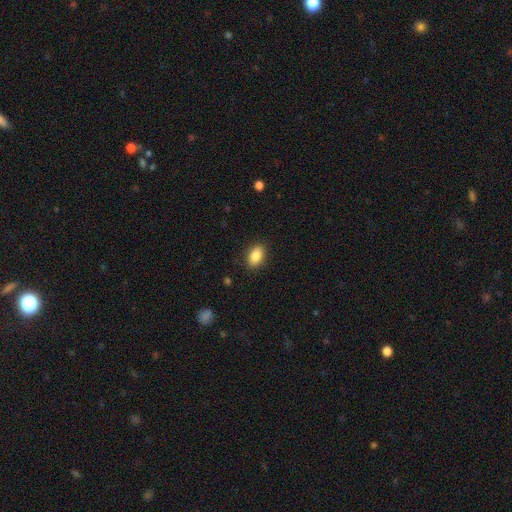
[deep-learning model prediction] Smooth or featured?
  - smooth: 87% *
  - star or artifact: 8%
  - featured or disk: 6%
How rounded?
  - in between: 88% *
  - round: 10%
  - cigar-shaped: 2%
Merging?
  - none: 88% *
  - minor disturbance: 8%
  - major disturbance: 2%
  - merger: 1%